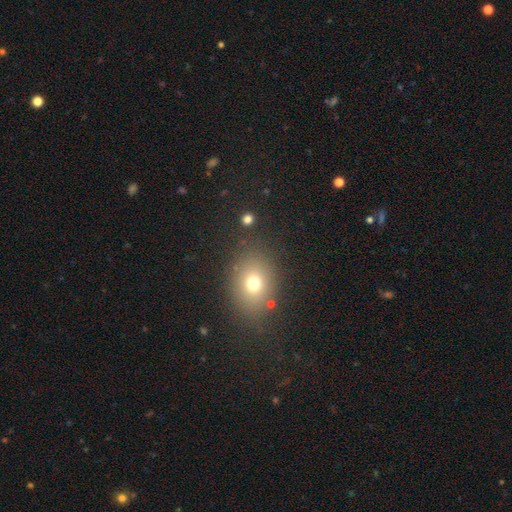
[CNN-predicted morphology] smooth_or_featured: smooth (p=0.66) [alt: star or artifact p=0.24]
how_rounded: in between (p=0.53) [alt: round p=0.45]
merging: none (p=0.83) [alt: minor disturbance p=0.11]